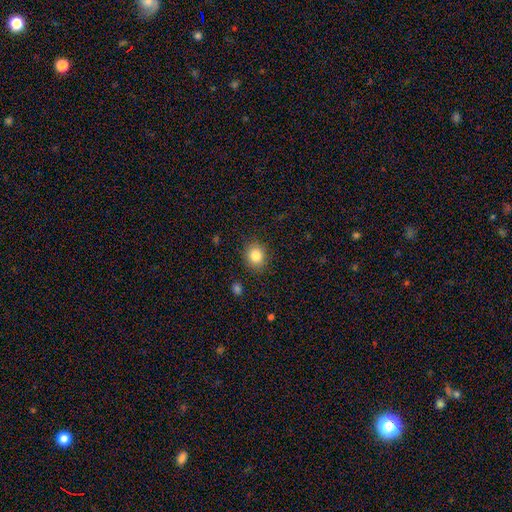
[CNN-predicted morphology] Overall: smooth (83%). How rounded: round (71%). Merging: none (86%).